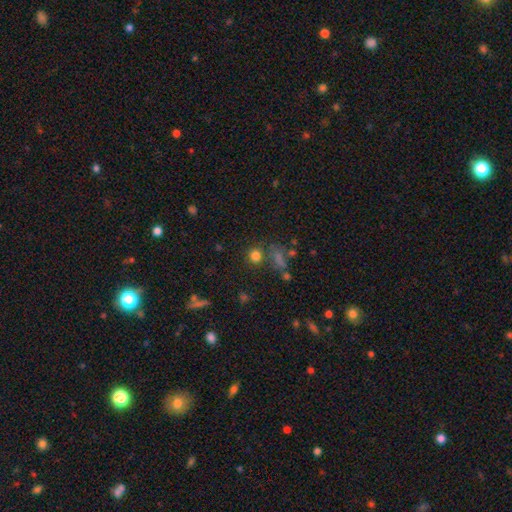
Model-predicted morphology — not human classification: A smooth galaxy with no disk features (77%) that is round (85%).

Vote fractions:
- Smooth or featured? smooth: 77% / star or artifact: 17% / featured or disk: 7%
- How rounded? round: 85% / in between: 13% / cigar-shaped: 2%
- Merging? none: 72% / merger: 13% / minor disturbance: 10% / major disturbance: 5%